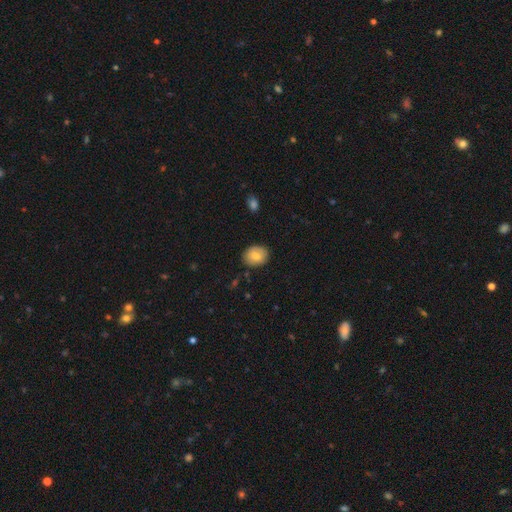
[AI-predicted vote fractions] smooth-or-featured: smooth: 77% | featured or disk: 15% | star or artifact: 8%
  how-rounded: in between: 54% | round: 45% | cigar-shaped: 1%
  merging: none: 85% | minor disturbance: 11% | major disturbance: 2% | merger: 1%